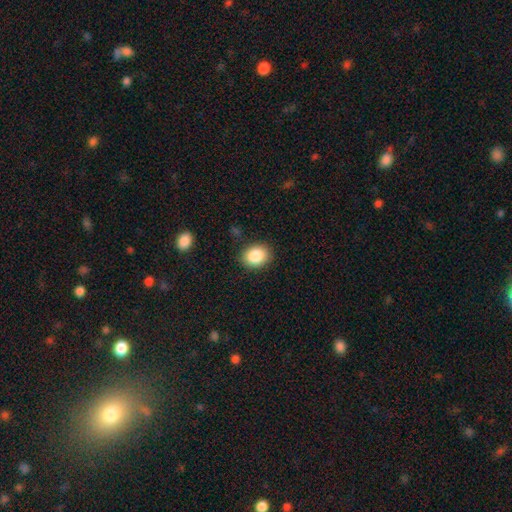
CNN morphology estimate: Smooth or featured? Predicted: smooth (p=0.87). How rounded? Predicted: in between (p=0.55). Merging? Predicted: none (p=0.87).